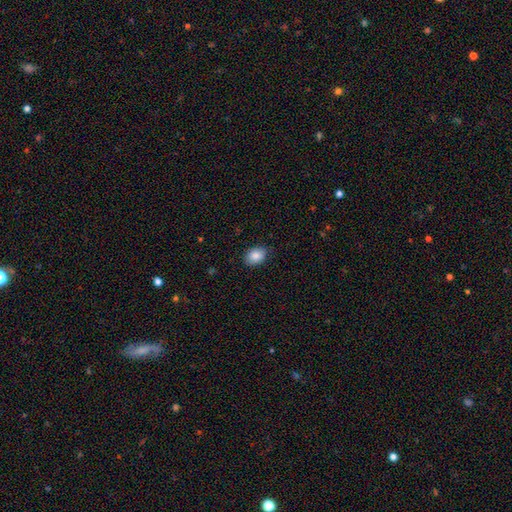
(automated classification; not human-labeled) Q: Smooth or featured?
A: smooth (87%); runner-up: star or artifact (8%)
Q: How rounded?
A: in between (68%); runner-up: round (31%)
Q: Merging?
A: none (83%); runner-up: minor disturbance (13%)